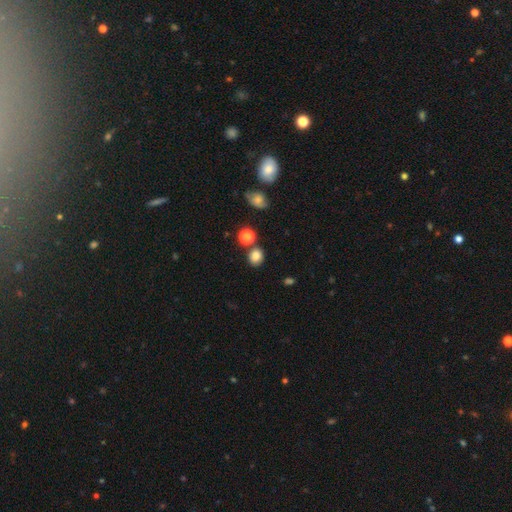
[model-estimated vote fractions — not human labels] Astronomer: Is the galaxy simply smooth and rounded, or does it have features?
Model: smooth — 83%.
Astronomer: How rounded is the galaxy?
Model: round — 68%.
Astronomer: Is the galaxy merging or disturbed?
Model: none — 76%.